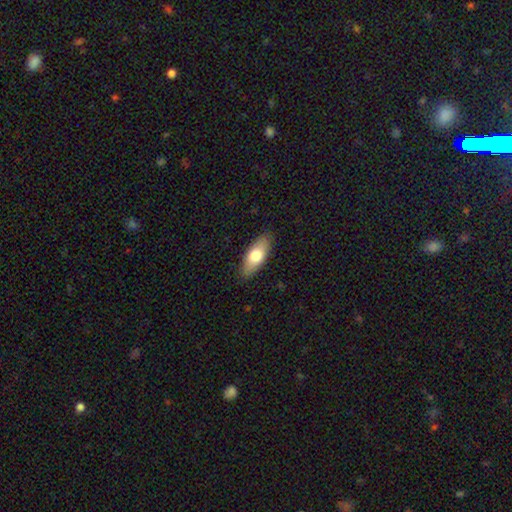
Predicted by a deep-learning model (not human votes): Q: Smooth or featured?
A: smooth (71%); runner-up: featured or disk (23%)
Q: How rounded?
A: in between (81%); runner-up: cigar-shaped (17%)
Q: Merging?
A: none (87%); runner-up: minor disturbance (10%)